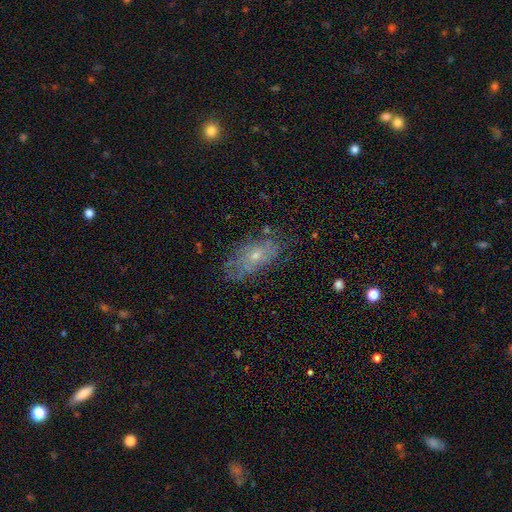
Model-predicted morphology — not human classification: smooth_or_featured: featured or disk (p=0.45) [alt: smooth p=0.43]
merging: none (p=0.63) [alt: minor disturbance p=0.23]